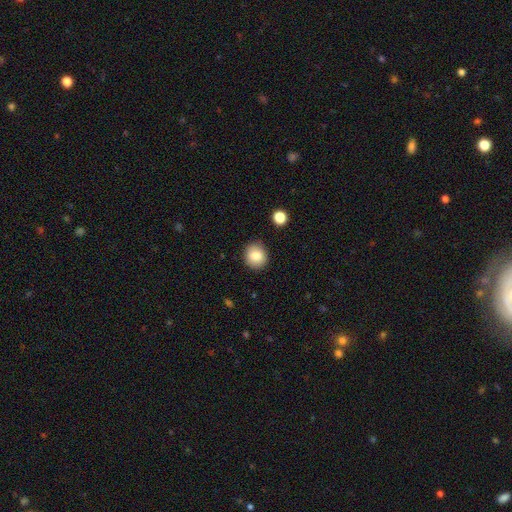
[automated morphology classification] Smooth or featured: smooth — 83% (star or artifact — 9%)
How rounded: round — 82% (in between — 17%)
Merging: none — 88% (minor disturbance — 8%)